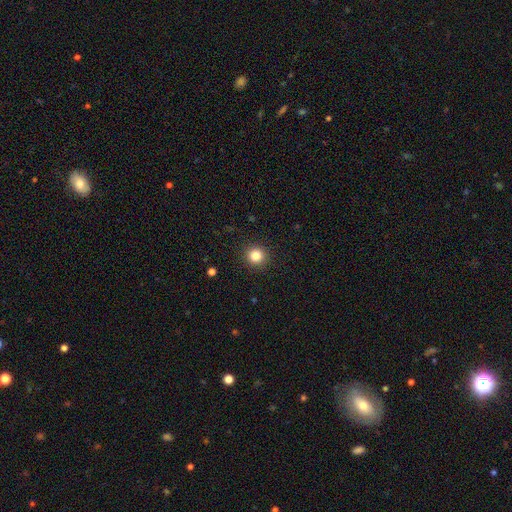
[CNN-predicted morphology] Overall: smooth (83%). How rounded: round (94%). Merging: none (92%).